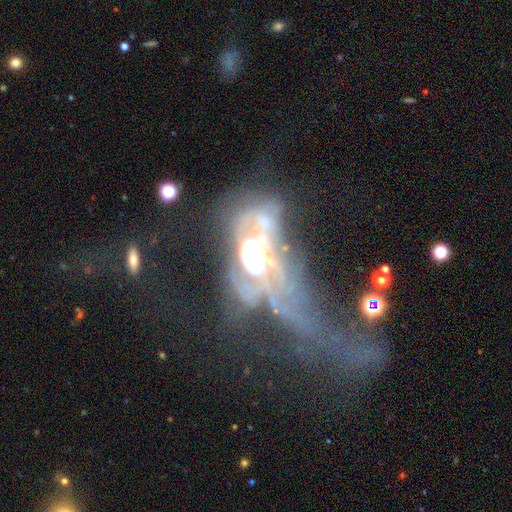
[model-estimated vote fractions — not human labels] Morphology: type=featured or disk (78%); edge-on=no (94%); bar=no (76%); spiral arms=yes (65%); bulge=moderate (55%); merging=major disturbance (49%).